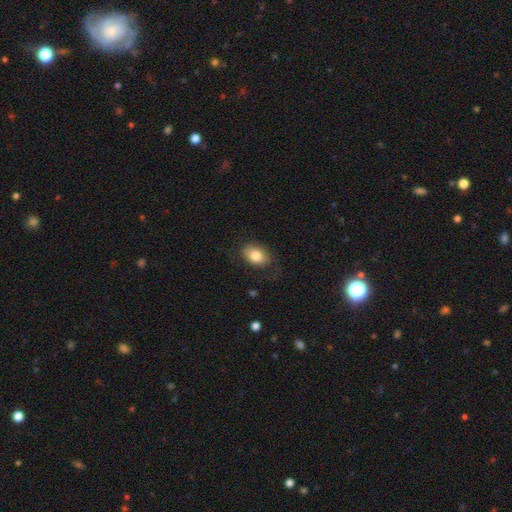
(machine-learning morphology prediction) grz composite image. It shows a smooth galaxy with no disk features (81%) that is in between round and cigar-shaped (81%). Merging: none (77%).